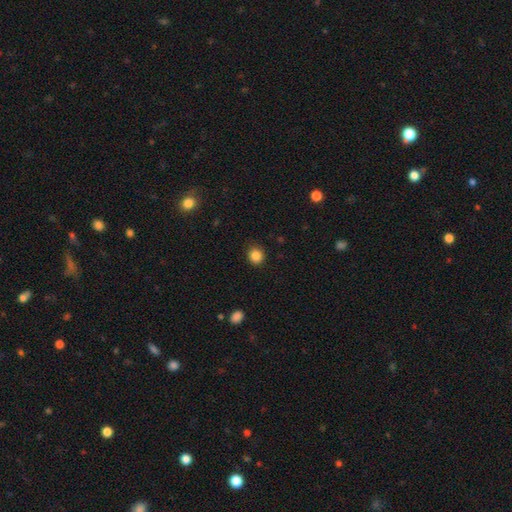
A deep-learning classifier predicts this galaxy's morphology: Q: Smooth or featured?
A: smooth (86%); runner-up: star or artifact (11%)
Q: How rounded?
A: round (84%); runner-up: in between (15%)
Q: Merging?
A: none (89%); runner-up: minor disturbance (8%)